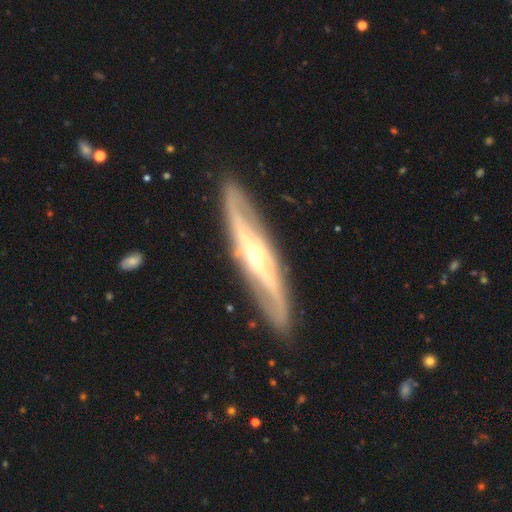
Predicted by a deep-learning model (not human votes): Smooth or featured?
  - featured or disk: 82% *
  - smooth: 13%
  - star or artifact: 5%
Edge-on disk?
  - no: 50% * (tied)
  - yes: 50% * (tied)
Merging?
  - none: 86% *
  - minor disturbance: 10%
  - major disturbance: 3%
  - merger: 1%